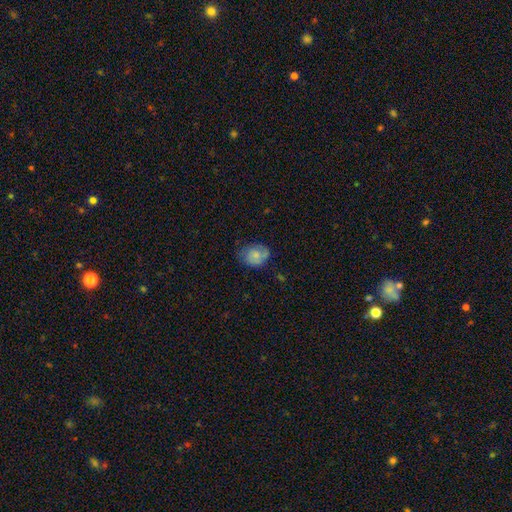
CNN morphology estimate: Overall: smooth (70%). How rounded: round (51%; in between 48%). Merging: none (58%; minor disturbance 30%).